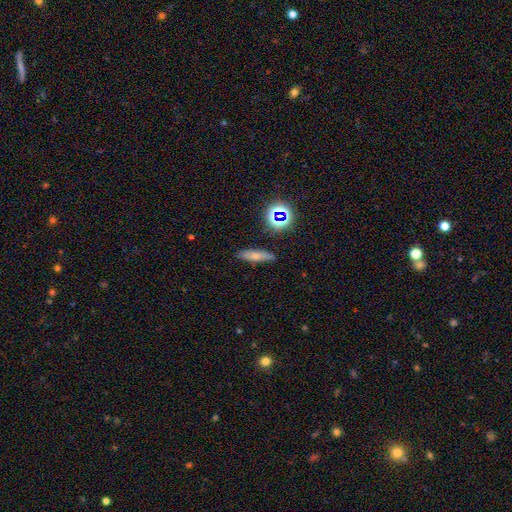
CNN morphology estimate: A smooth galaxy with no disk features (66%) that is cigar-shaped (68%).

Vote fractions:
- Smooth or featured? smooth: 66% / featured or disk: 20% / star or artifact: 14%
- How rounded? cigar-shaped: 68% / in between: 27% / round: 5%
- Merging? none: 81% / minor disturbance: 14% / major disturbance: 3% / merger: 2%